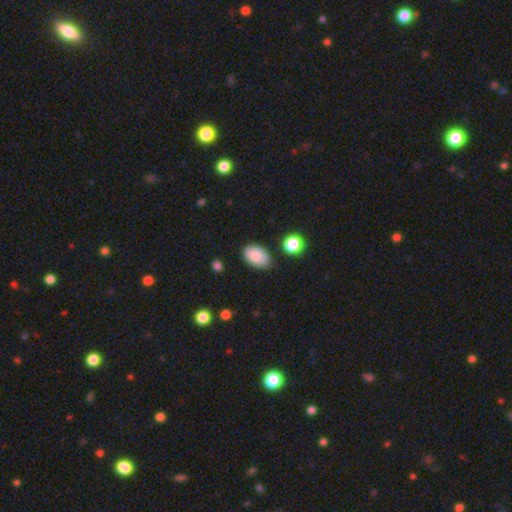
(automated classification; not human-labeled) This is clearly a smooth galaxy (85%). How rounded: clearly in between (90%). Merging: likely none (71%).